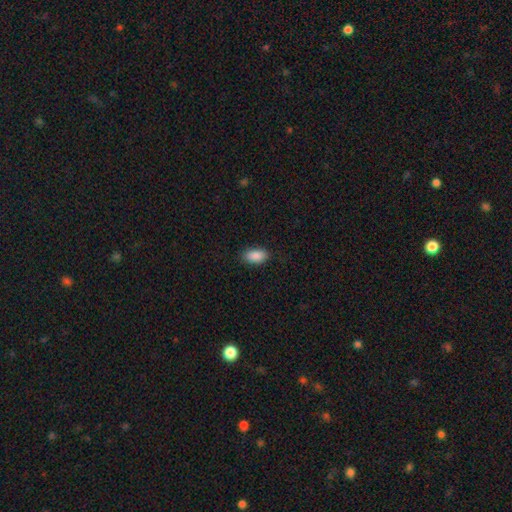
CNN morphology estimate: A smooth galaxy with no disk features (89%) that is in between round and cigar-shaped (93%).

Vote fractions:
- Smooth or featured? smooth: 89% / star or artifact: 7% / featured or disk: 4%
- How rounded? in between: 93% / cigar-shaped: 4% / round: 4%
- Merging? none: 87% / minor disturbance: 10% / major disturbance: 2% / merger: 1%